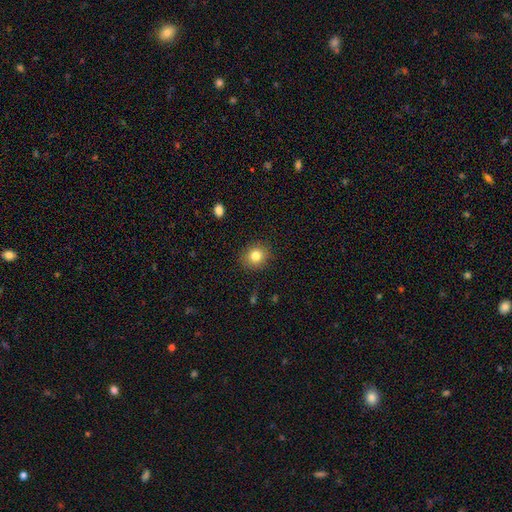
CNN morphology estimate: Smooth or featured? smooth (82%)
How rounded? round (77%)
Merging? none (88%)